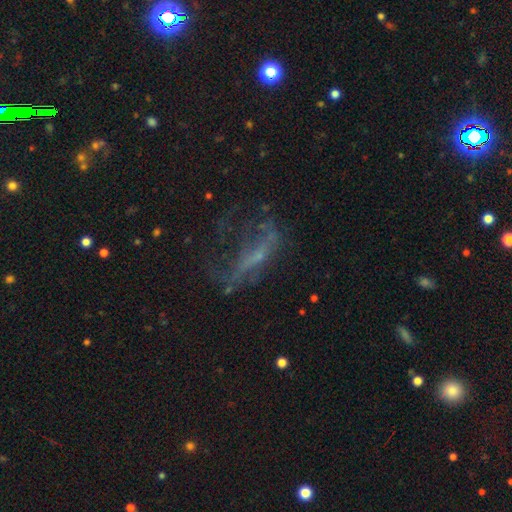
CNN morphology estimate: The model was most divided on "merging" (2-way tie): major disturbance: 38%, none: 38%, minor disturbance: 20%, merger: 4%. More confident: edge-on disk — no (79%); smooth or featured — featured or disk (52%).